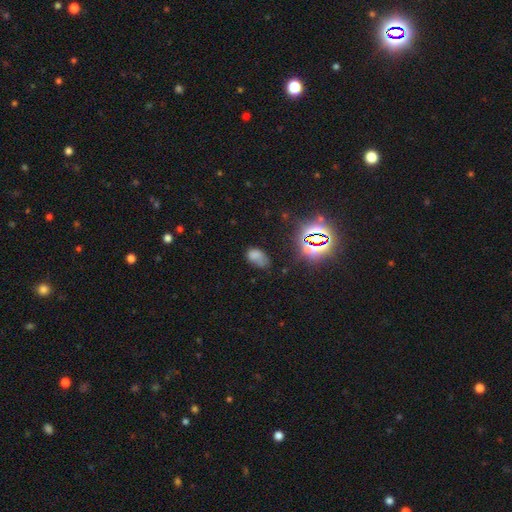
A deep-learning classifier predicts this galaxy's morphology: Smooth or featured: smooth — 63% (star or artifact — 23%)
How rounded: in between — 84% (round — 15%)
Merging: none — 39% (minor disturbance — 32%)